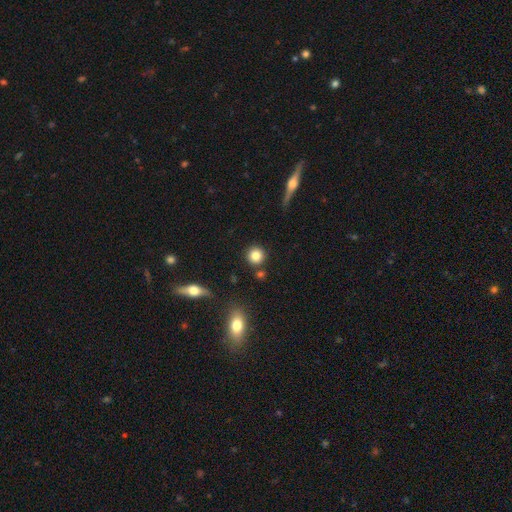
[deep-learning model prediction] Smooth or featured? smooth (83%)
How rounded? round (92%)
Merging? none (86%)